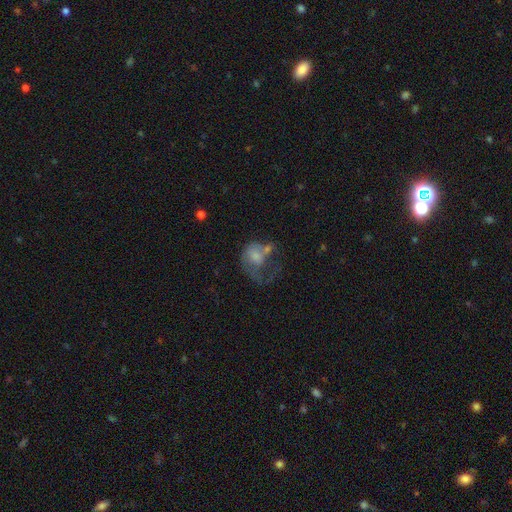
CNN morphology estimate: Smooth or featured? smooth (50%)
How rounded? in between (52%)
Merging? major disturbance (50%)